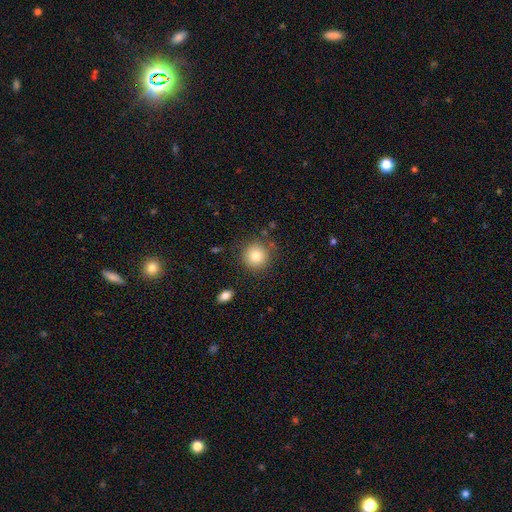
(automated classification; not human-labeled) Morphology: type=smooth (83%); roundness=round (93%); merging=none (85%).